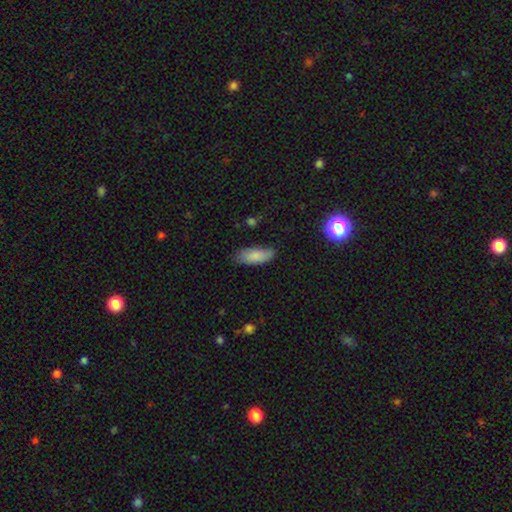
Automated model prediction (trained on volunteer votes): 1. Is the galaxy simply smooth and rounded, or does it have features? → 84% smooth, 9% featured or disk, 7% star or artifact.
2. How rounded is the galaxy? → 77% in between, 21% cigar-shaped, 2% round.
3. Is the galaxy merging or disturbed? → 79% none, 17% minor disturbance, 3% major disturbance, 1% merger.